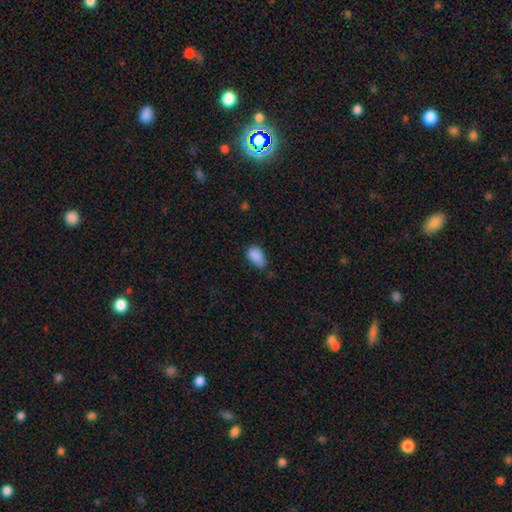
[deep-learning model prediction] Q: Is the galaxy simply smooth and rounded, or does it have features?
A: smooth — 87%.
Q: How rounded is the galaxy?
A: in between — 91%.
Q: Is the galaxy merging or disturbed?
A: none — 51%.